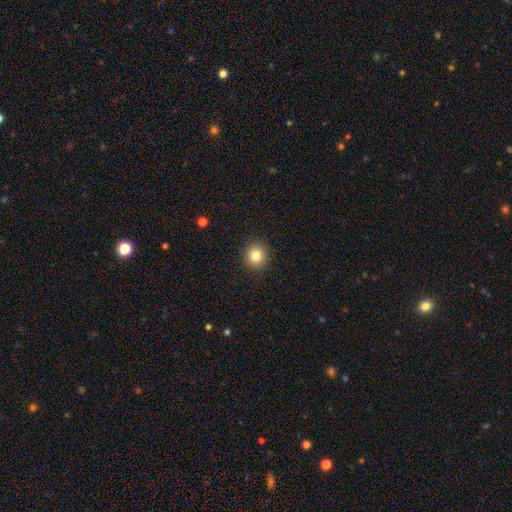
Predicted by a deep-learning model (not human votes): A smooth galaxy with no disk features (83%) that is round (91%). Merging: none (92%).